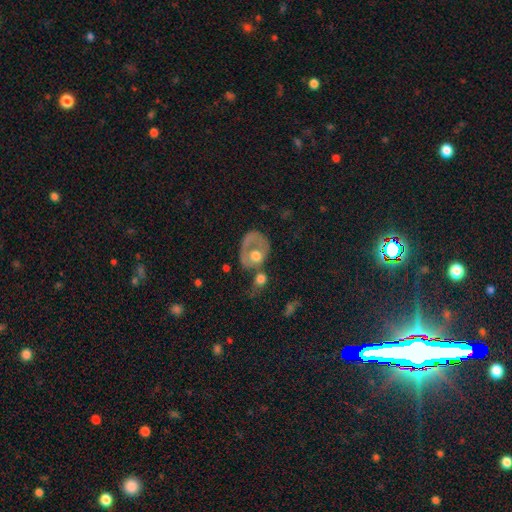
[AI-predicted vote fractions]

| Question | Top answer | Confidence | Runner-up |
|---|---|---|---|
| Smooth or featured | featured or disk | 54% | smooth (35%) |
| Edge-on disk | no | 94% | yes (6%) |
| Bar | no | 89% | weak (8%) |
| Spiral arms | no | 73% | yes (27%) |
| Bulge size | moderate | 68% | large (15%) |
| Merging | none | 38% | merger (22%) |